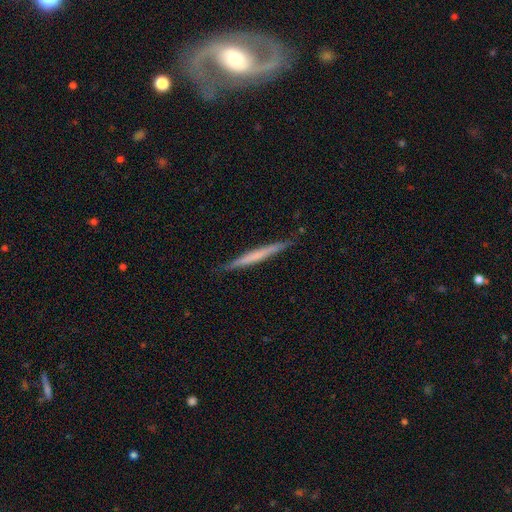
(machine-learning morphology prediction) smooth 48%, featured or disk 46%, star or artifact 5%. Down the decision tree: merging — none (90%).